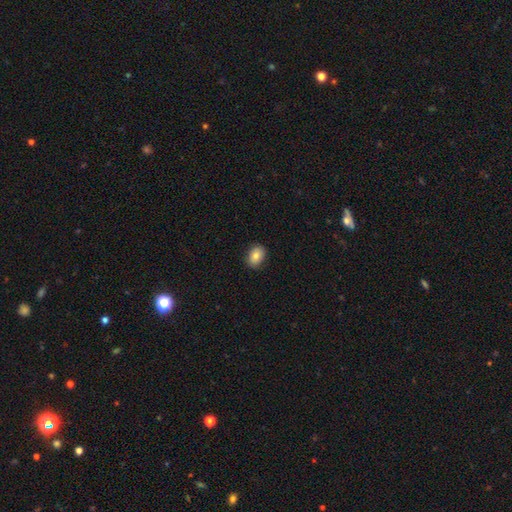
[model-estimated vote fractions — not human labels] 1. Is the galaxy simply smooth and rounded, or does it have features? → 82% smooth, 10% featured or disk, 8% star or artifact.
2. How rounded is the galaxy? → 72% in between, 27% round, 1% cigar-shaped.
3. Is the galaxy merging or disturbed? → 87% none, 10% minor disturbance, 2% major disturbance, 1% merger.